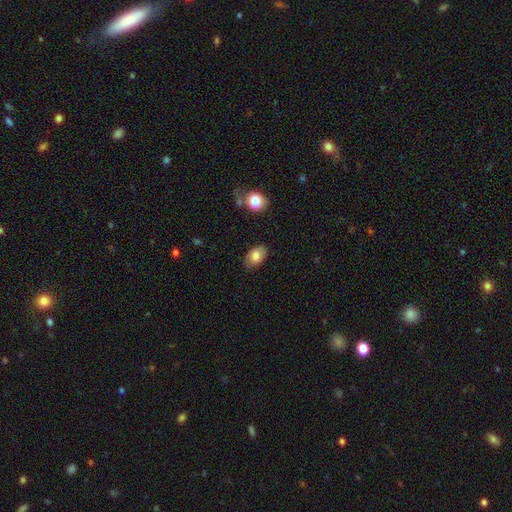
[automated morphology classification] type=smooth (81%); roundness=in between (88%); merging=none (82%).